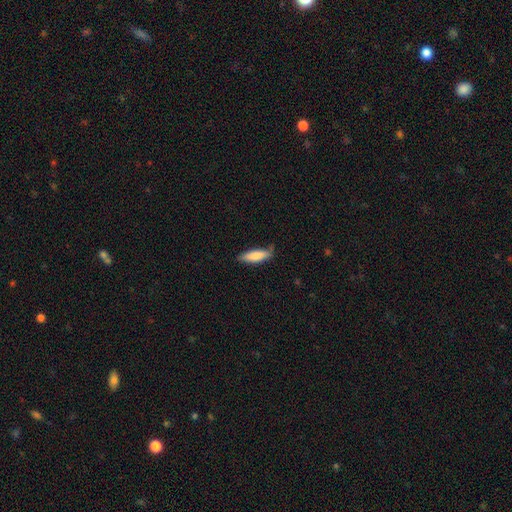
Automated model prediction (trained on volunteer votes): The model was most divided on "how rounded": cigar-shaped: 54%, in between: 44%, round: 2%. More confident: smooth or featured — smooth (81%); merging — none (69%).